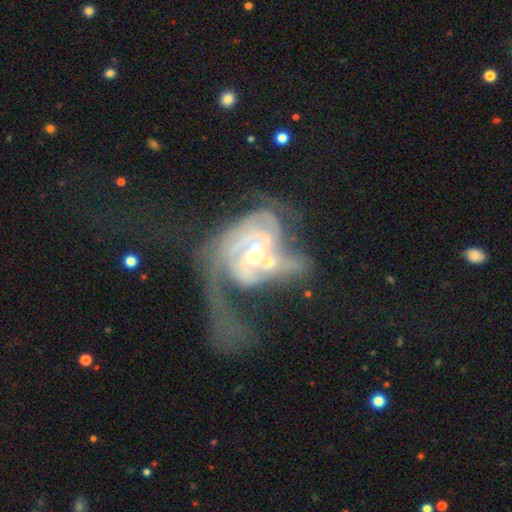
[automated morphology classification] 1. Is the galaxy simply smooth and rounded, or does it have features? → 83% featured or disk, 11% smooth, 7% star or artifact.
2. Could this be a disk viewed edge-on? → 96% no, 4% yes.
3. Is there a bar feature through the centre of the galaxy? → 57% no, 31% weak, 12% strong.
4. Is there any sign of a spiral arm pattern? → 89% yes, 11% no.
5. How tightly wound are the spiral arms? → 42% tight, 35% medium, 23% loose.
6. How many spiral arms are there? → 33% can't tell, 31% 2, 14% 3, 13% 1, 5% 4, 4% more than 4.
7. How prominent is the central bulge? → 67% moderate, 22% small, 8% large, 2% none, 1% dominant.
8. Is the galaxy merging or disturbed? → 54% merger, 28% major disturbance, 11% none, 7% minor disturbance.